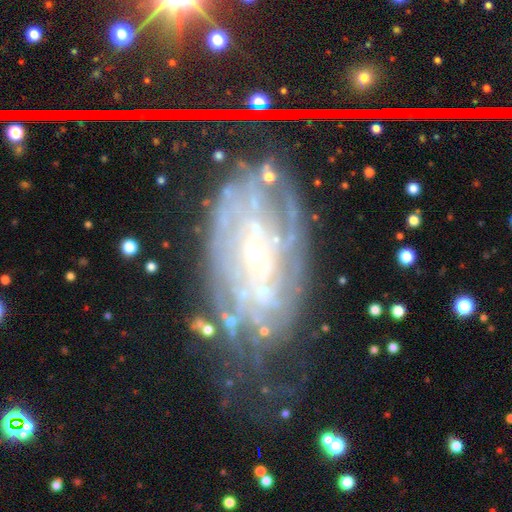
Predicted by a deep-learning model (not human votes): This appears to be a featured or disk galaxy (77%) with no bar (51%), tight (67%) spiral arms (81%) and a small central bulge (77%). Merging: none (60%).